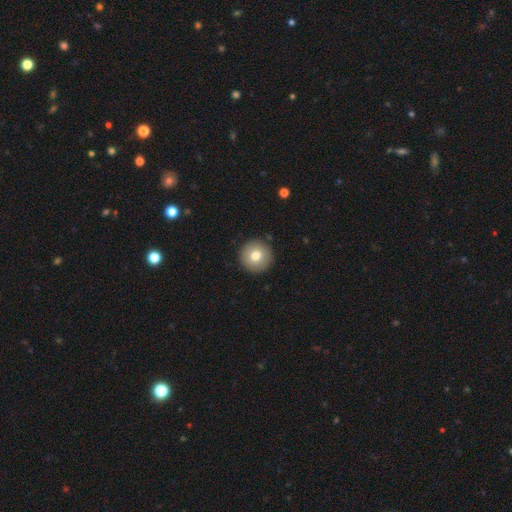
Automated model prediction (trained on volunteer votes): Smooth or featured?
  - smooth: 77% *
  - featured or disk: 14%
  - star or artifact: 9%
How rounded?
  - round: 96% *
  - in between: 3%
  - cigar-shaped: 1%
Merging?
  - none: 92% *
  - minor disturbance: 5%
  - major disturbance: 2%
  - merger: 1%